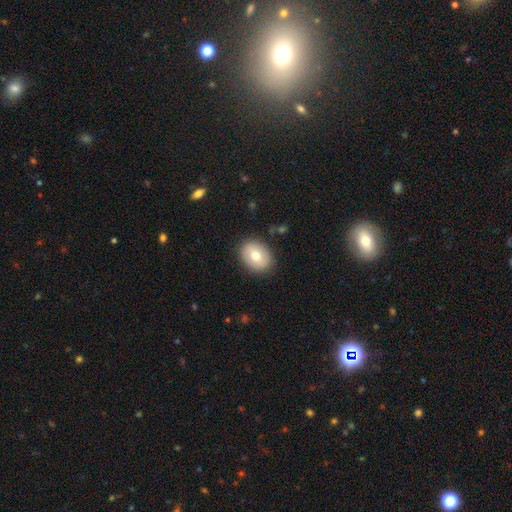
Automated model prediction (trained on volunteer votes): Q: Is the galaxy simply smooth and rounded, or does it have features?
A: smooth — 72%.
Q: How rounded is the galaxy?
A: in between — 57%.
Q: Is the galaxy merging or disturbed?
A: none — 87%.